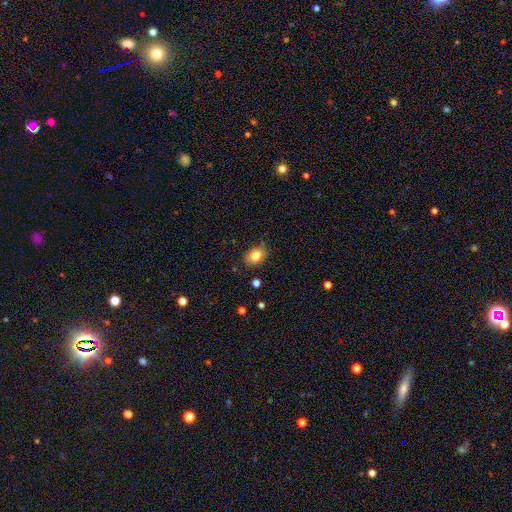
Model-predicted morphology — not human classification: Smooth or featured? smooth (80%)
How rounded? in between (65%)
Merging? none (72%)